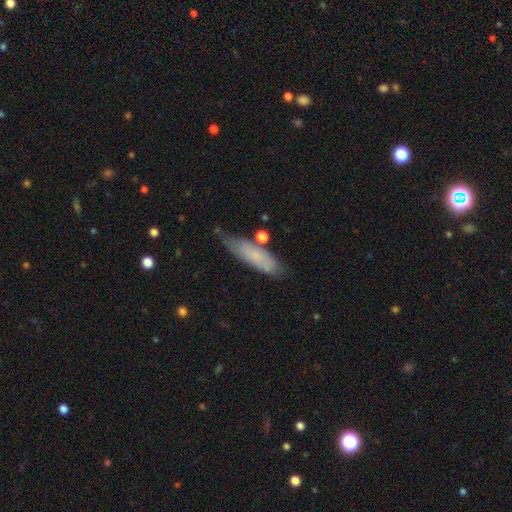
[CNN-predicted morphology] A smooth galaxy with no disk features (69%) that is cigar-shaped (61%). Merging: none (61%).